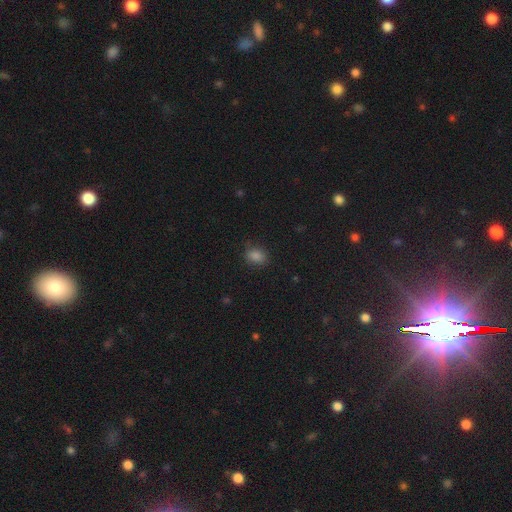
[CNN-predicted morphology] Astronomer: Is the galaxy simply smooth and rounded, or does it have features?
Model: smooth — 84%.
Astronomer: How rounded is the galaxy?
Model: in between — 68%.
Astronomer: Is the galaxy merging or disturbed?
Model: none — 79%.